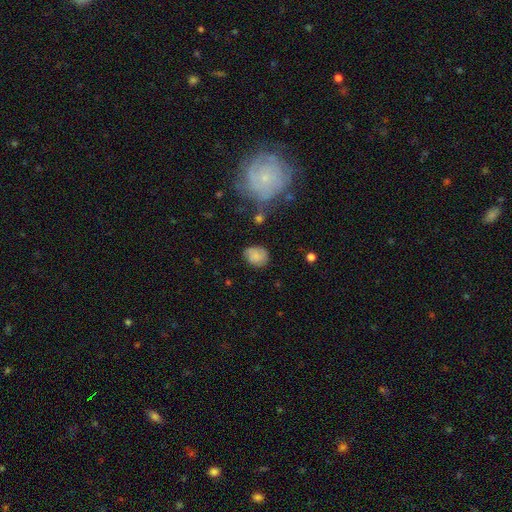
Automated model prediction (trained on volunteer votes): Smooth or featured: smooth — 78% (featured or disk — 13%)
How rounded: round — 54% (in between — 44%)
Merging: none — 68% (minor disturbance — 23%)